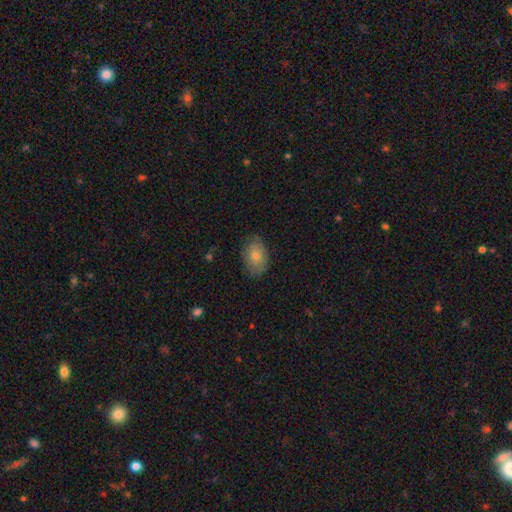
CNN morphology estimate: Smooth or featured?
  - smooth: 73% *
  - featured or disk: 18%
  - star or artifact: 8%
How rounded?
  - in between: 85% *
  - round: 14%
  - cigar-shaped: 1%
Merging?
  - none: 80% *
  - minor disturbance: 16%
  - major disturbance: 3%
  - merger: 1%